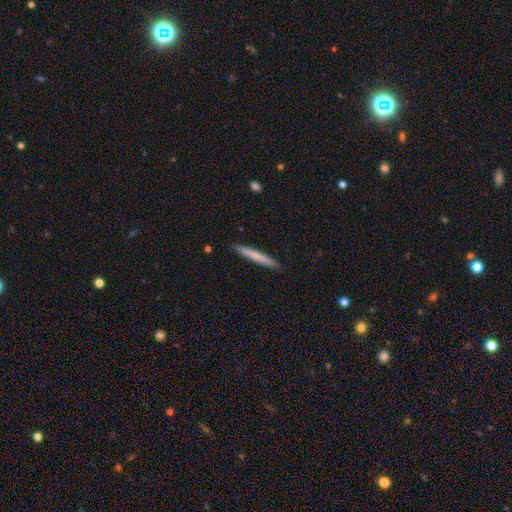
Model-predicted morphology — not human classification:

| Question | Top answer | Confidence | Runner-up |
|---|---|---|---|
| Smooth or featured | smooth | 71% | featured or disk (24%) |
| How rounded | cigar-shaped | 97% | in between (2%) |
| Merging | none | 92% | minor disturbance (6%) |